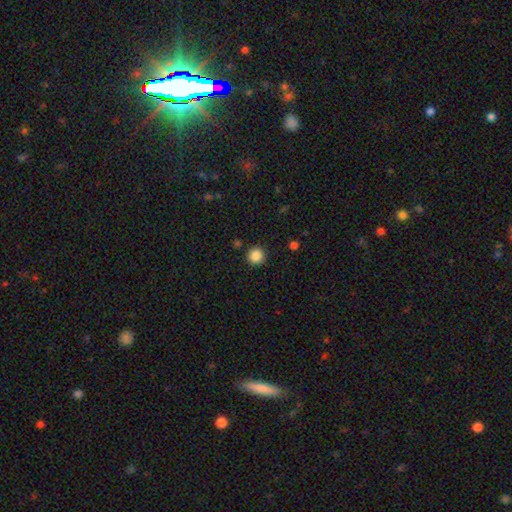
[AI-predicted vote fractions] This is clearly a smooth galaxy (86%). How rounded: clearly round (96%). Merging: clearly none (92%).